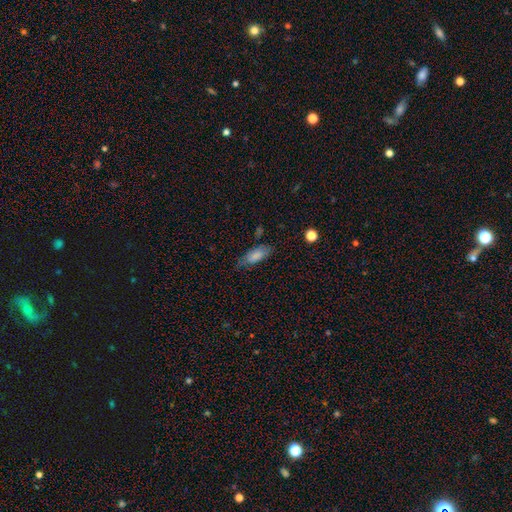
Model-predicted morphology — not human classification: The model was most divided on "merging": none: 63%, minor disturbance: 27%, major disturbance: 8%, merger: 2%. More confident: smooth or featured — smooth (78%); how rounded — in between (77%).